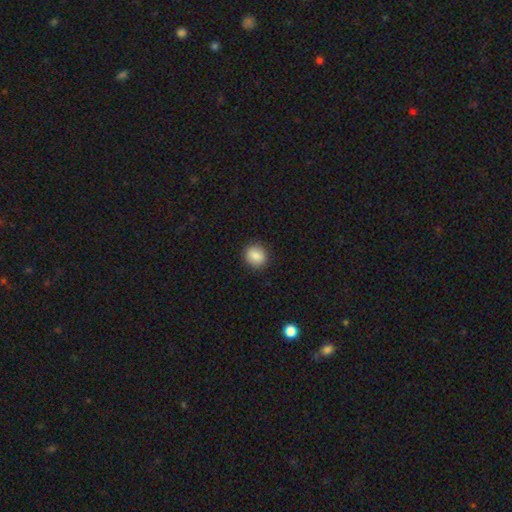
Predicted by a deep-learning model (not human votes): A smooth galaxy with no disk features (86%) that is round (84%). Merging: none (90%).